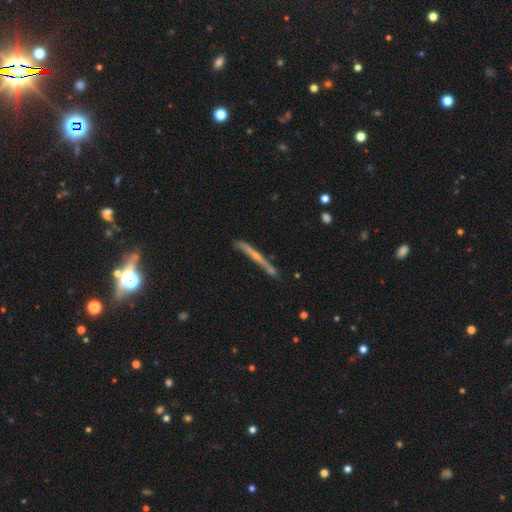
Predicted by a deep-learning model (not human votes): Morphology: type=featured or disk (63%); edge-on=yes (94%); edge-on bulge=rounded (51%); merging=none (67%).